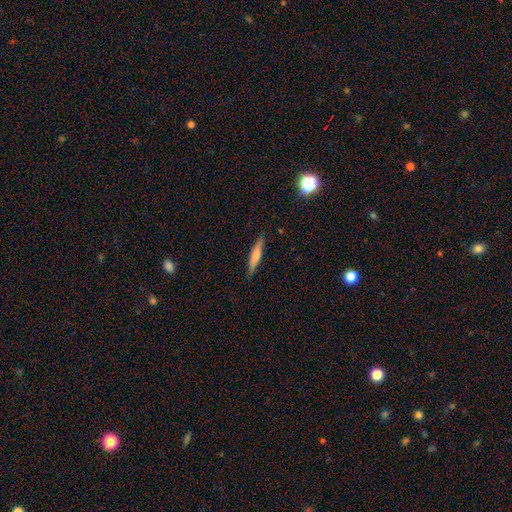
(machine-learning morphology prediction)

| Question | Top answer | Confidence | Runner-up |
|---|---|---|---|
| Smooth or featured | smooth | 65% | featured or disk (29%) |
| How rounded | cigar-shaped | 88% | in between (10%) |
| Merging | none | 86% | minor disturbance (11%) |